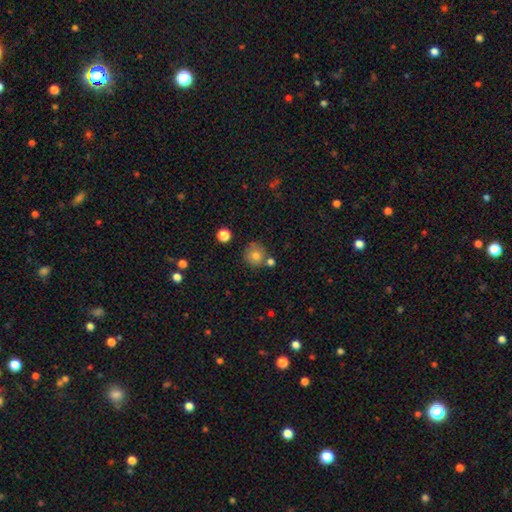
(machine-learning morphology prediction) Smooth or featured: smooth — 79% (star or artifact — 11%)
How rounded: round — 90% (in between — 9%)
Merging: none — 72% (minor disturbance — 13%)